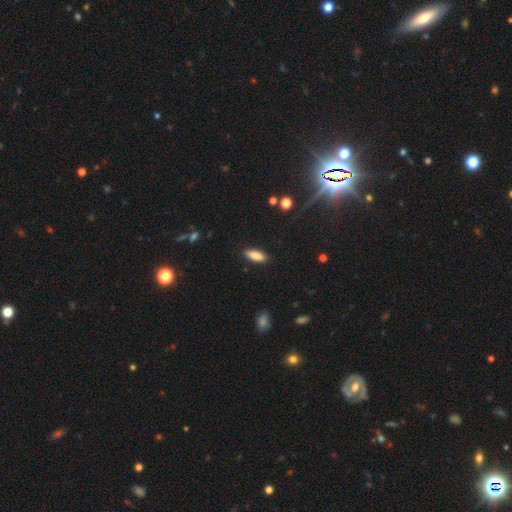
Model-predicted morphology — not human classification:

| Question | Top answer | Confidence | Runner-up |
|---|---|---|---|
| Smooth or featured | smooth | 87% | star or artifact (7%) |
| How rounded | in between | 68% | cigar-shaped (30%) |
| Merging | none | 88% | minor disturbance (9%) |